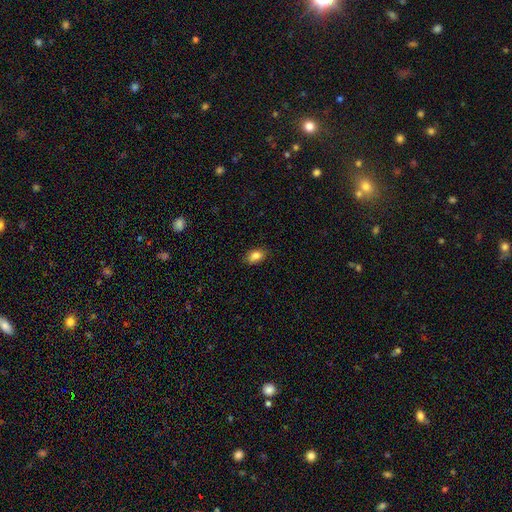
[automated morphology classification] A smooth galaxy with no disk features (85%) that is in between round and cigar-shaped (87%).

Vote fractions:
- Smooth or featured? smooth: 85% / star or artifact: 9% / featured or disk: 7%
- How rounded? in between: 87% / round: 11% / cigar-shaped: 2%
- Merging? none: 86% / minor disturbance: 11% / major disturbance: 2% / merger: 1%